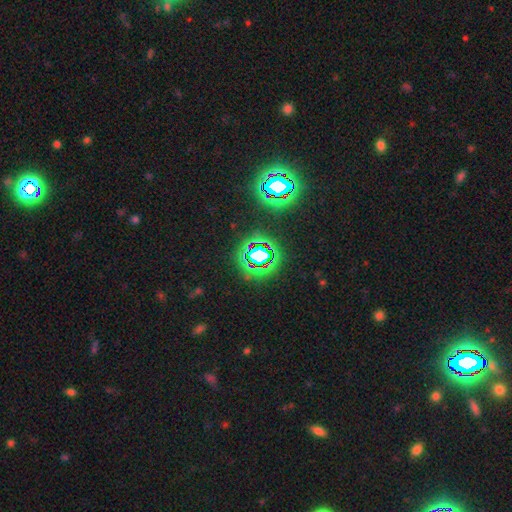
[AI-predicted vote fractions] Smooth or featured? Predicted: star or artifact (p=0.68).